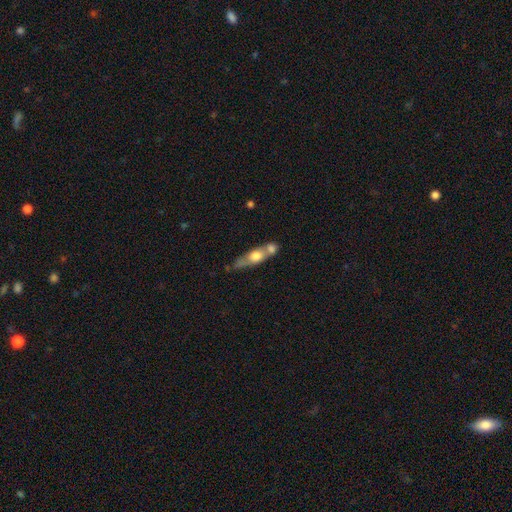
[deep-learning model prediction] Morphology: type=smooth (50%); merging=merger (44%).